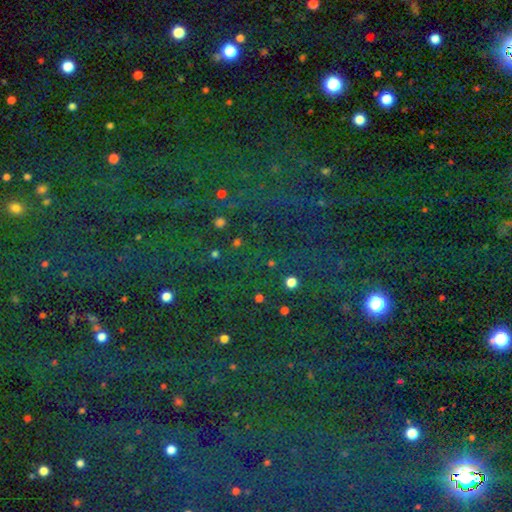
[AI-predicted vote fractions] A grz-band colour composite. It shows a star or artifact, not a galaxy (79%).